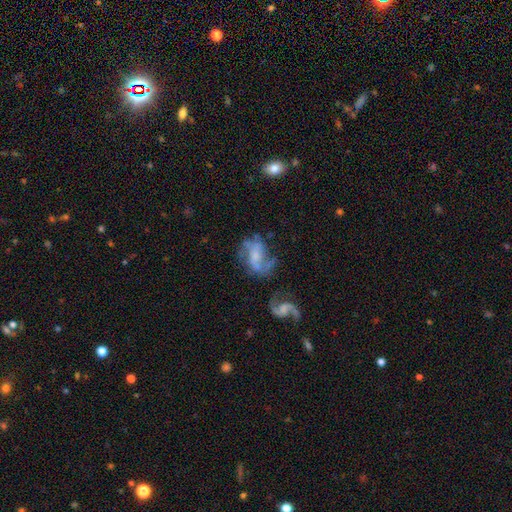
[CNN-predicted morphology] Smooth or featured: featured or disk — 72% (smooth — 18%)
Edge-on disk: no — 97% (yes — 3%)
Bar: no — 49% (weak — 39%)
Spiral arms: yes — 80% (no — 20%)
Spiral winding: loose — 49% (medium — 39%)
Spiral arm count: 2 — 69% (can't tell — 14%)
Bulge size: small — 38% (moderate — 28%)
Merging: none — 39% (major disturbance — 27%)